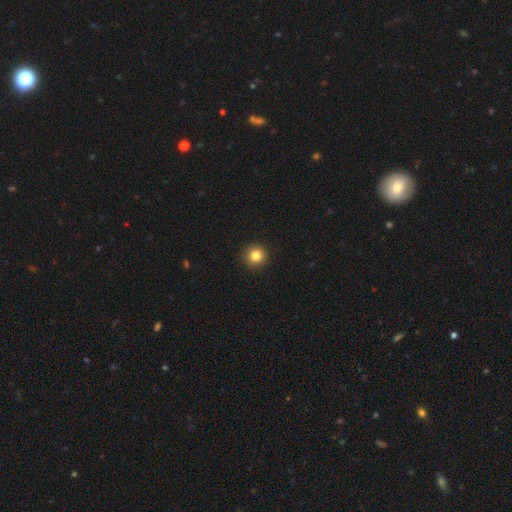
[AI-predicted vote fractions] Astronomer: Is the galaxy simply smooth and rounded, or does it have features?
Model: smooth — 83%.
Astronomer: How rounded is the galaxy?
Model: round — 95%.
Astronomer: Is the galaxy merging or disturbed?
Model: none — 93%.